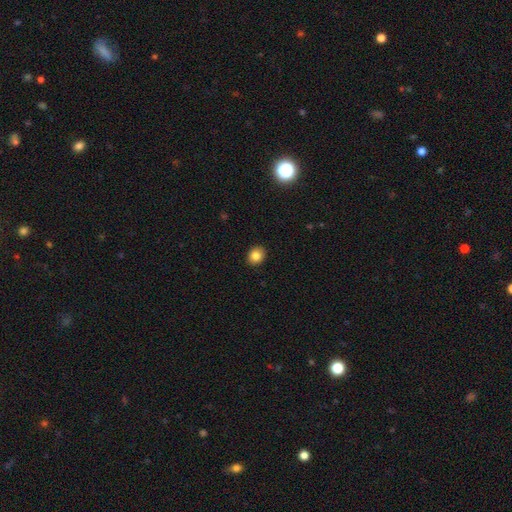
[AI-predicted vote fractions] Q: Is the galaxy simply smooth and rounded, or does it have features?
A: smooth — 84%.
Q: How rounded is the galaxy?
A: round — 67%.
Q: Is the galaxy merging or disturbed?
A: none — 91%.